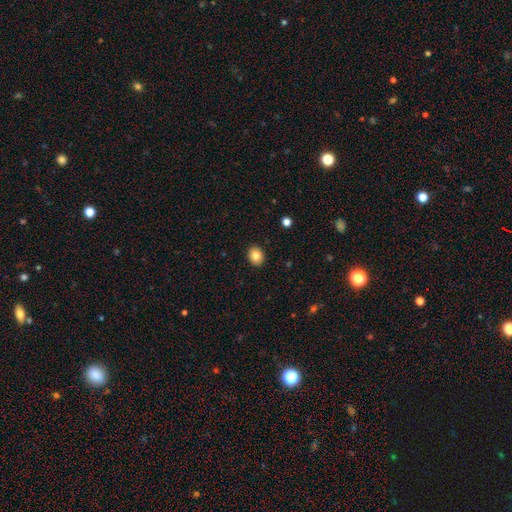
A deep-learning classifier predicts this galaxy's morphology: smooth-or-featured: smooth: 84% | star or artifact: 10% | featured or disk: 7%
  how-rounded: round: 62% | in between: 37% | cigar-shaped: 1%
  merging: none: 92% | minor disturbance: 6% | major disturbance: 2% | merger: 1%